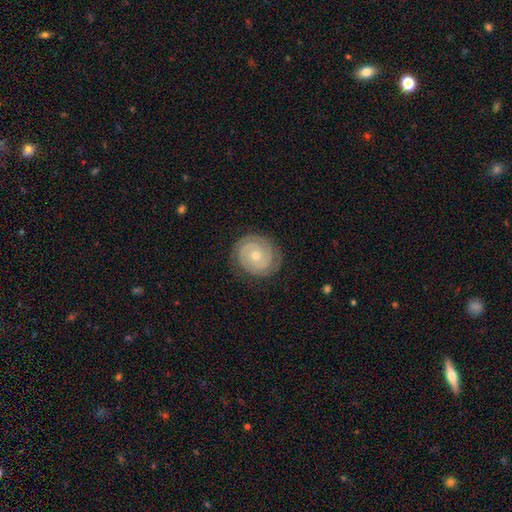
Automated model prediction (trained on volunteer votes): Smooth or featured: featured or disk — 84% (smooth — 10%)
Edge-on disk: no — 98% (yes — 2%)
Bar: no — 75% (weak — 20%)
Spiral arms: yes — 95% (no — 5%)
Spiral winding: tight — 83% (medium — 14%)
Spiral arm count: 2 — 74% (can't tell — 11%)
Bulge size: small — 51% (moderate — 46%)
Merging: none — 85% (minor disturbance — 11%)